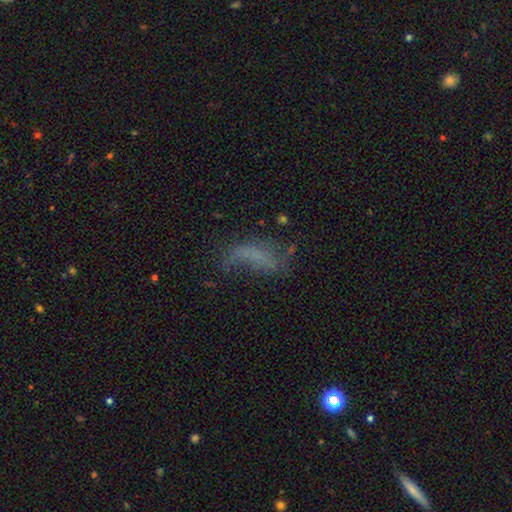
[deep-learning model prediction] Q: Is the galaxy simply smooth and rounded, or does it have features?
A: featured or disk — 44%.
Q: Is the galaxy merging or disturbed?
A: none — 37%.